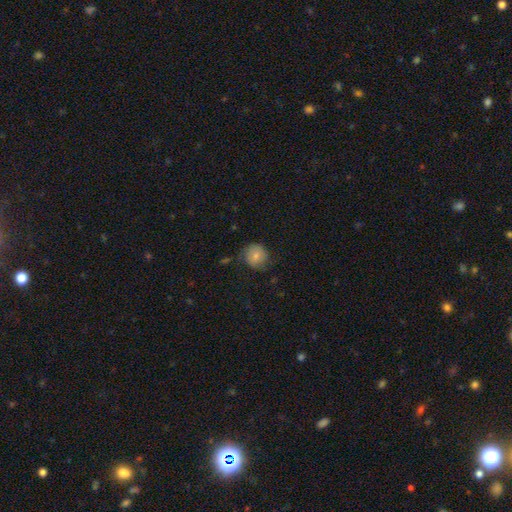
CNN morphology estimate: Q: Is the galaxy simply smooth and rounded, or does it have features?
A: smooth — 75%.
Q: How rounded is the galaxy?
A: round — 88%.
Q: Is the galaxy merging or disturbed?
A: none — 73%.